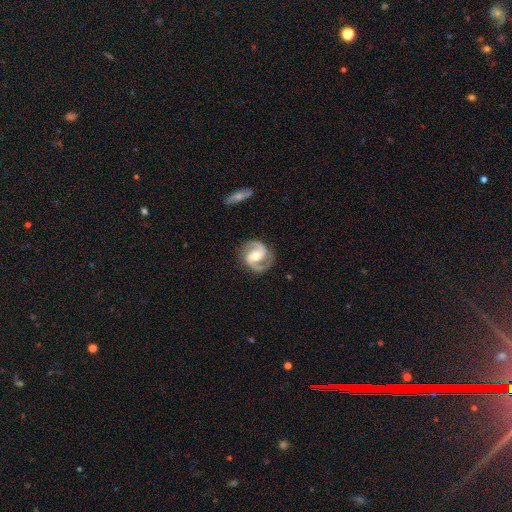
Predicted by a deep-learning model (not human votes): This is clearly a featured or disk galaxy (92%). It is clearly not viewed edge-on (98%). Bar: marginally weak (41%). Spiral arm pattern: clearly yes (98%). Spiral arm count: clearly 2 (94%). Spiral winding: possibly medium (59%). Central bulge: likely moderate (65%). Merging: clearly none (86%).